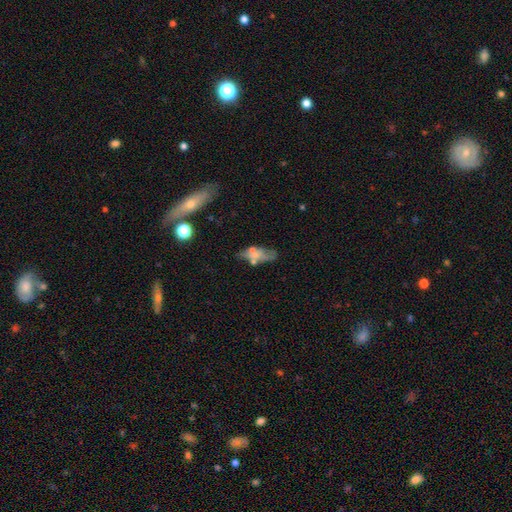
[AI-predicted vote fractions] Smooth or featured: smooth — 52% (featured or disk — 35%)
How rounded: in between — 75% (cigar-shaped — 20%)
Merging: none — 45% (minor disturbance — 23%)